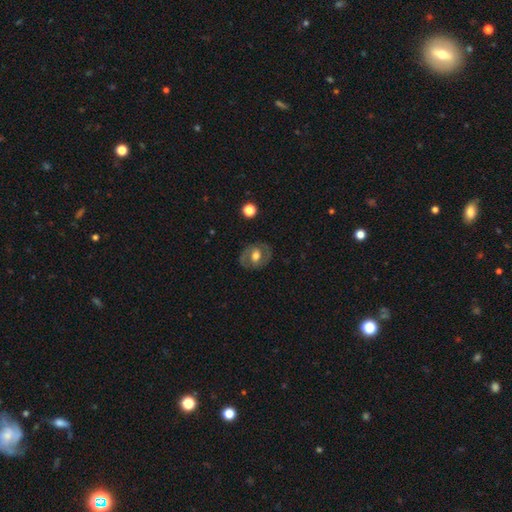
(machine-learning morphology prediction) Overall: featured or disk (53%; smooth 39%). Edge-on disk: no (95%). Bar: no (55%; weak 33%). Spiral arms: no (55%; yes 45%). Bulge size: moderate (63%; large 27%). Merging: none (80%).